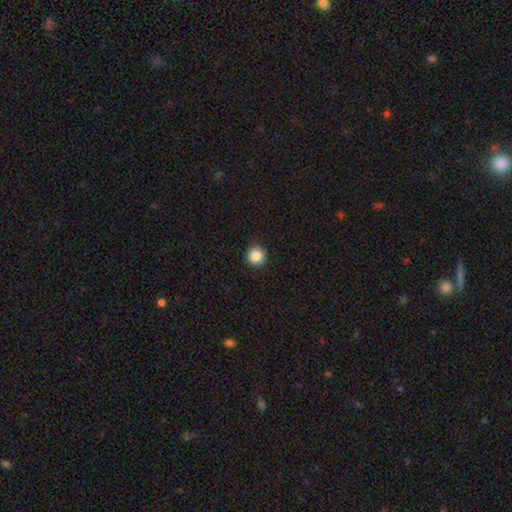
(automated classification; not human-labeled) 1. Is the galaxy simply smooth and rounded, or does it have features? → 86% smooth, 10% star or artifact, 4% featured or disk.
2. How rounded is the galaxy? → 96% round, 4% in between, 1% cigar-shaped.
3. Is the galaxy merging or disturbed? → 93% none, 5% minor disturbance, 2% major disturbance, 1% merger.